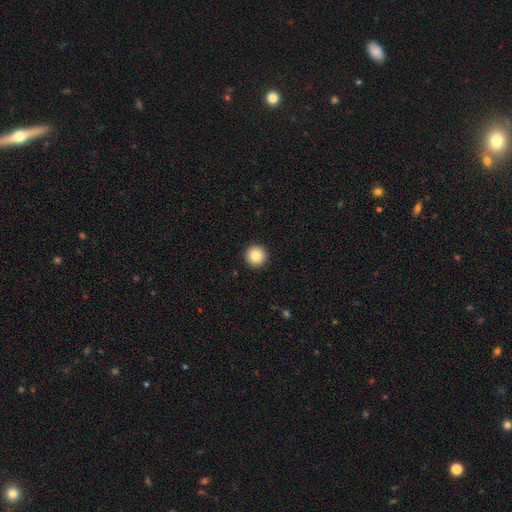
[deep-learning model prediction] This is clearly a smooth galaxy (83%). How rounded: clearly round (97%). Merging: clearly none (93%).